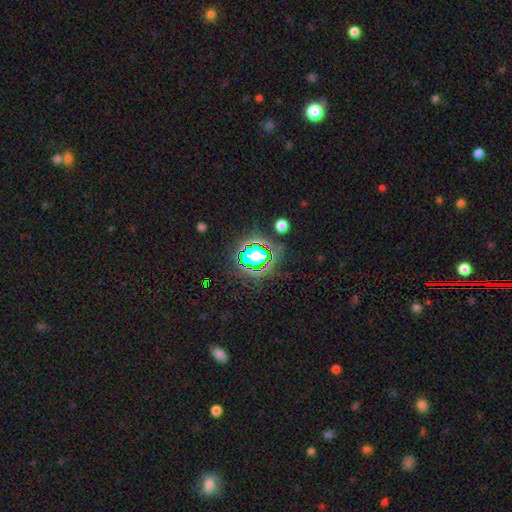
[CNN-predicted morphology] Q: Smooth or featured?
A: star or artifact (62%); runner-up: smooth (24%)